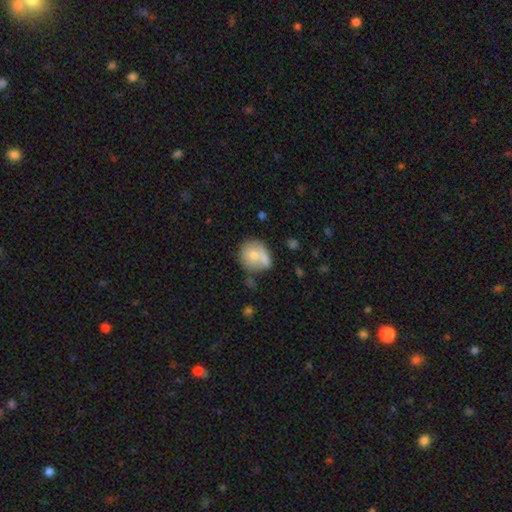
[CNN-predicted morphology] Smooth or featured? Predicted: smooth (p=0.70). How rounded? Predicted: round (p=0.79). Merging? Predicted: none (p=0.41).